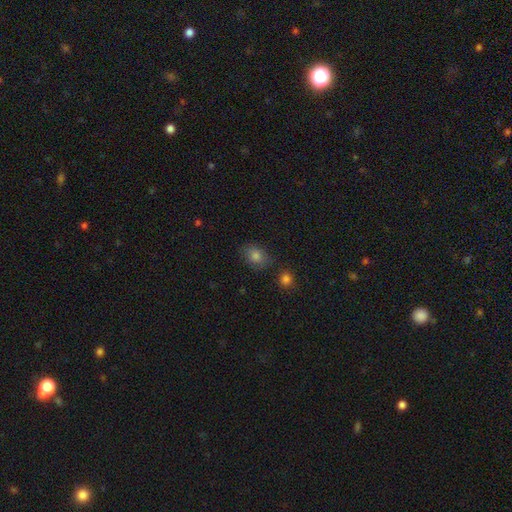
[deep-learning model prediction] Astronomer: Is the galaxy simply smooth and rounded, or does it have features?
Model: smooth — 80%.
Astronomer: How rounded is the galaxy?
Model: in between — 61% (runner-up: round, 37%).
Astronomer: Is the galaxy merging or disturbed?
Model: none — 77%.